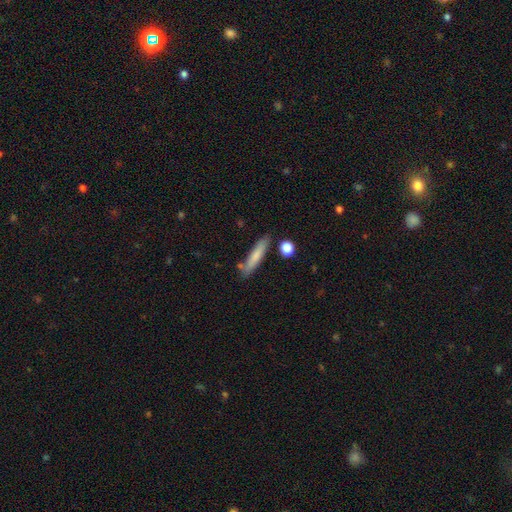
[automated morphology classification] smooth 73%, featured or disk 20%, star or artifact 6%. Down the decision tree: how rounded — cigar-shaped (87%); merging — none (79%).